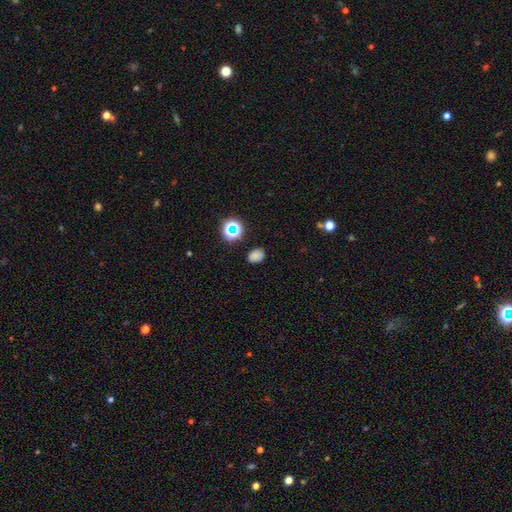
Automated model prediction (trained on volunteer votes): Smooth or featured?
  - smooth: 77% *
  - star or artifact: 18%
  - featured or disk: 5%
How rounded?
  - in between: 68% *
  - round: 31%
  - cigar-shaped: 1%
Merging?
  - none: 86% *
  - minor disturbance: 10%
  - major disturbance: 3%
  - merger: 2%